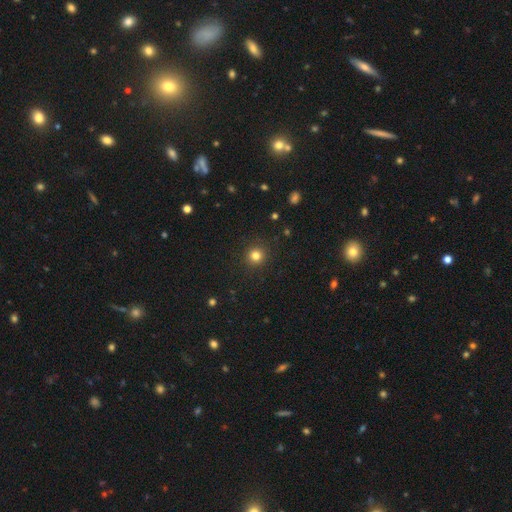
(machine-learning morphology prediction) This is clearly a smooth galaxy (81%). How rounded: clearly round (93%). Merging: clearly none (91%).